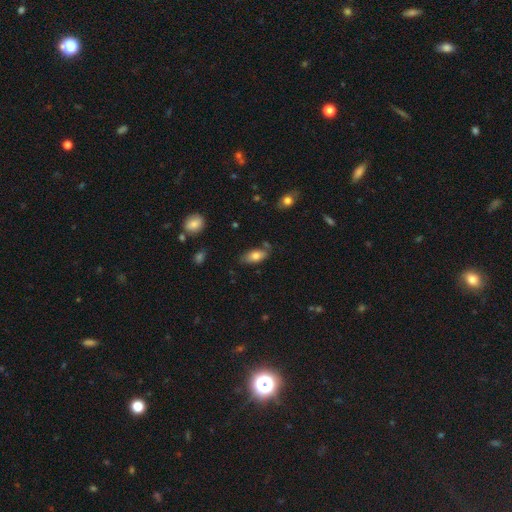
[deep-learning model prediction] Overall: smooth (76%). How rounded: in between (89%). Merging: none (73%).